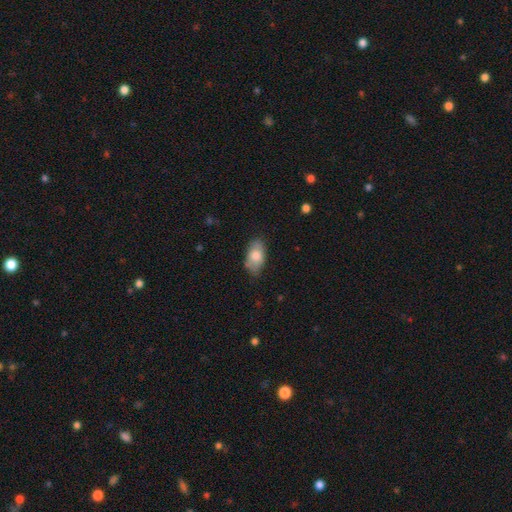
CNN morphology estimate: A smooth galaxy with no disk features (76%) that is in between round and cigar-shaped (93%). Merging: none (73%).